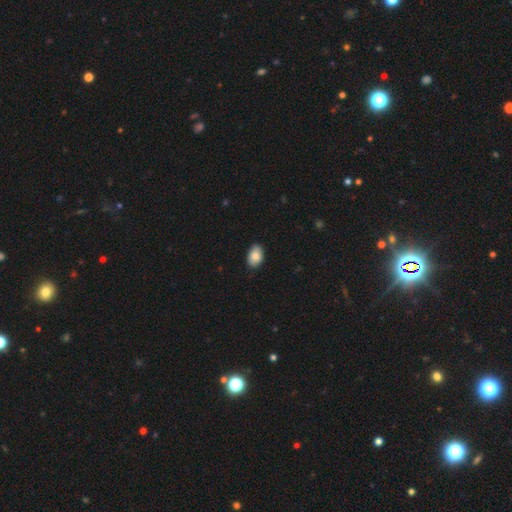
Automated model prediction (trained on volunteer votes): A smooth galaxy with no disk features (84%) that is in between round and cigar-shaped (87%). Merging: none (85%).